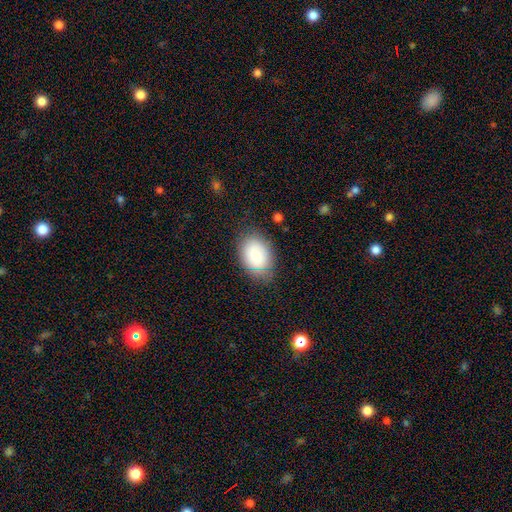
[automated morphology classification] A smooth galaxy with no disk features (81%) that is in between round and cigar-shaped (83%).

Vote fractions:
- Smooth or featured? smooth: 81% / featured or disk: 11% / star or artifact: 8%
- How rounded? in between: 83% / round: 15% / cigar-shaped: 1%
- Merging? none: 74% / minor disturbance: 19% / major disturbance: 5% / merger: 2%